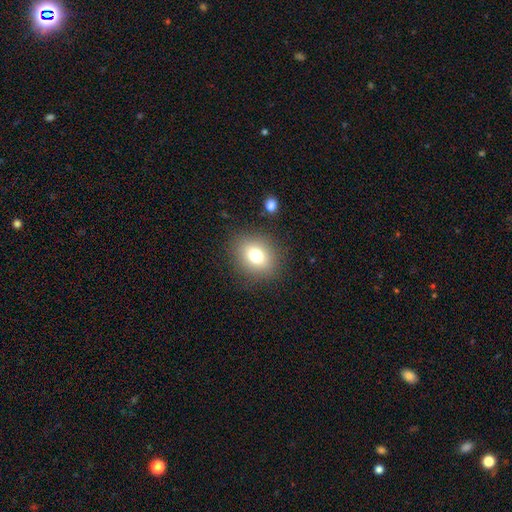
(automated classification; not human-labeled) smooth-or-featured: smooth: 76% | star or artifact: 12% | featured or disk: 12%
  how-rounded: round: 57% | in between: 42% | cigar-shaped: 1%
  merging: none: 85% | minor disturbance: 9% | major disturbance: 4% | merger: 2%